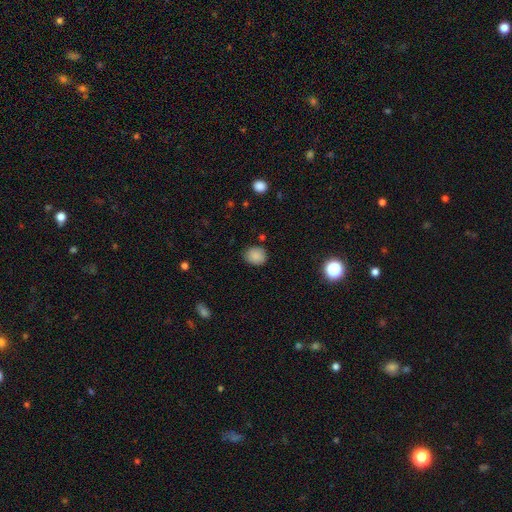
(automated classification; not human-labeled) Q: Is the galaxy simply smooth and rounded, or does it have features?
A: smooth — 85%.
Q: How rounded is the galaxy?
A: round — 61%.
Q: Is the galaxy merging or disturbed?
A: none — 82%.